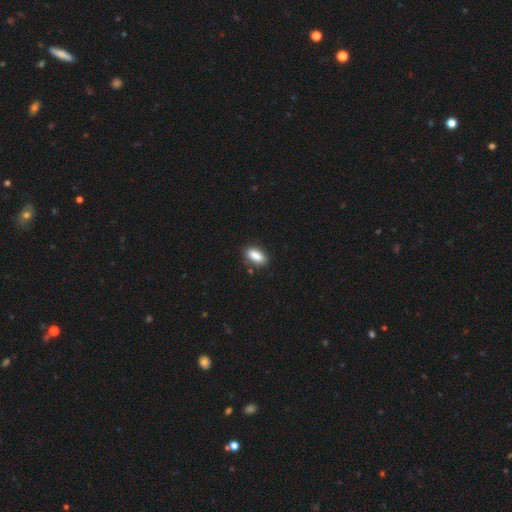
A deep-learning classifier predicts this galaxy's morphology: This is clearly a smooth galaxy (88%). How rounded: clearly in between (88%). Merging: clearly none (85%).